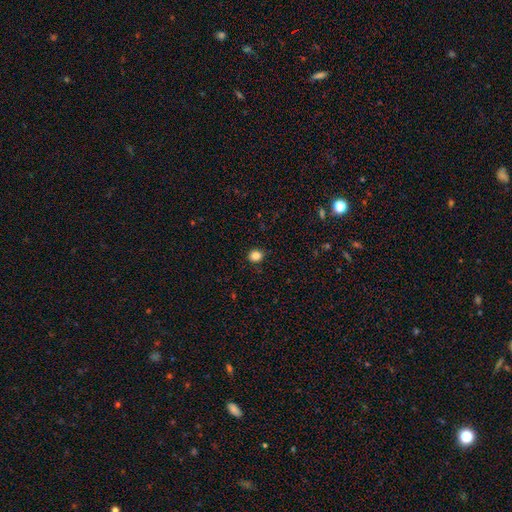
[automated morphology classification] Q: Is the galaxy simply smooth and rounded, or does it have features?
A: smooth — 86%.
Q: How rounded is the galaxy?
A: round — 76%.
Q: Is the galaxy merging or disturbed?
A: none — 90%.